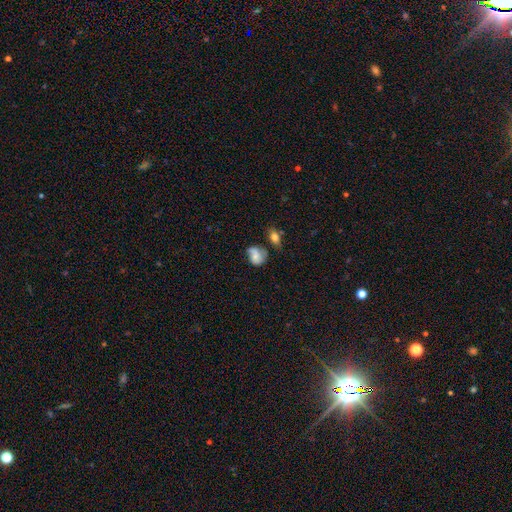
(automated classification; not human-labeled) A smooth galaxy with no disk features (54%) that is in between round and cigar-shaped (50%). Merging: none (42%).